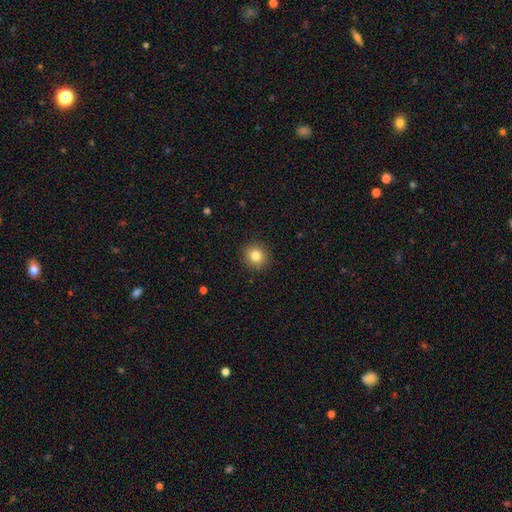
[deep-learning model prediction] This is clearly a smooth galaxy (82%). How rounded: clearly round (89%). Merging: clearly none (92%).